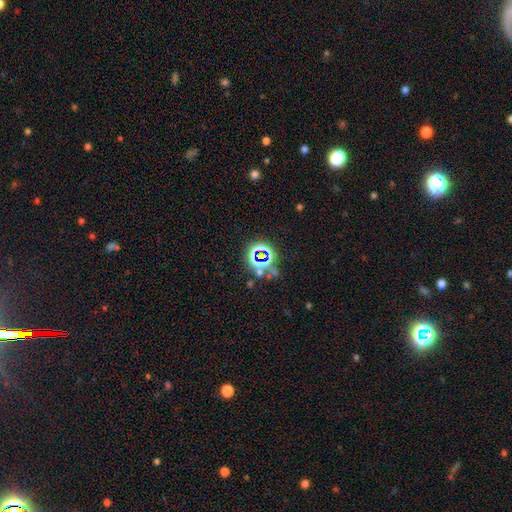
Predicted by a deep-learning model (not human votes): Smooth or featured? Predicted: star or artifact (p=0.68).